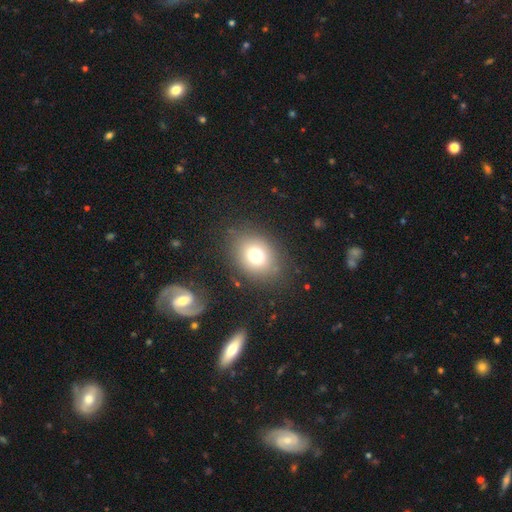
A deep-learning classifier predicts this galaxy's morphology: smooth 72%, star or artifact 14%, featured or disk 14%. Down the decision tree: how rounded — in between (52%); merging — none (82%).